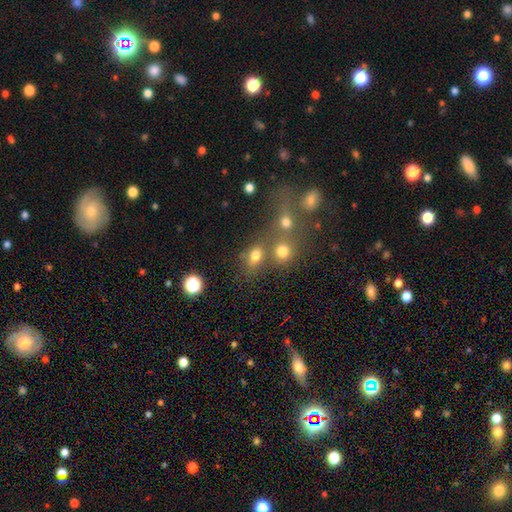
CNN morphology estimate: The model was most divided on "merging": none: 47%, merger: 34%, minor disturbance: 11%, major disturbance: 7%. More confident: smooth or featured — smooth (70%); how rounded — in between (57%).